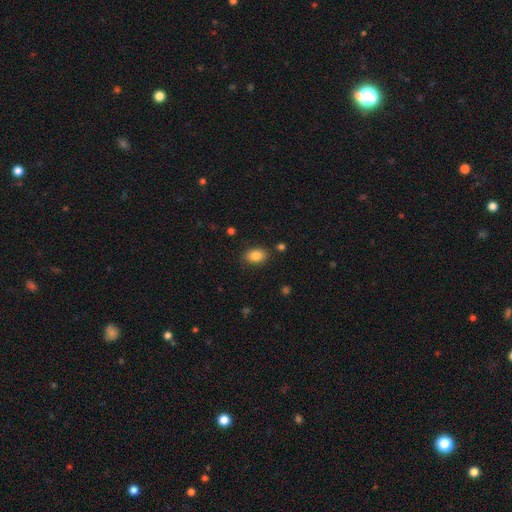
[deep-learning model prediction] Smooth or featured? Predicted: smooth (p=0.84). How rounded? Predicted: in between (p=0.81). Merging? Predicted: none (p=0.83).